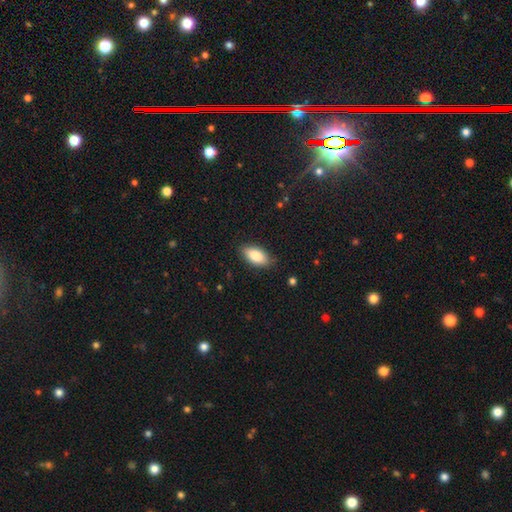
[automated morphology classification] smooth-or-featured: smooth: 84% | featured or disk: 9% | star or artifact: 6%
  how-rounded: in between: 92% | cigar-shaped: 5% | round: 3%
  merging: none: 84% | minor disturbance: 12% | major disturbance: 2% | merger: 1%